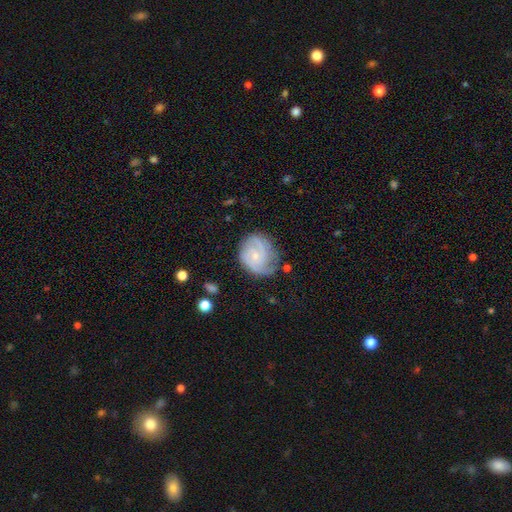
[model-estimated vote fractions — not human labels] This appears to be a featured or disk galaxy (80%) with no bar (67%), 2 (45%) tight (50%) spiral arms (96%) and a small central bulge (74%). Merging: none (65%).